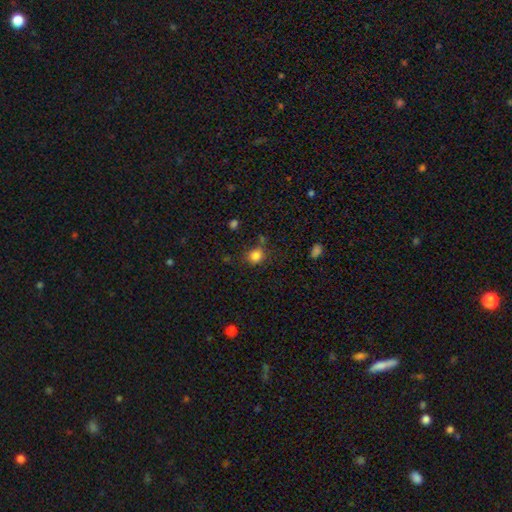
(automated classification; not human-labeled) The model was most divided on "merging": none: 72%, minor disturbance: 16%, merger: 7%, major disturbance: 5%. More confident: smooth or featured — smooth (83%); how rounded — round (78%).